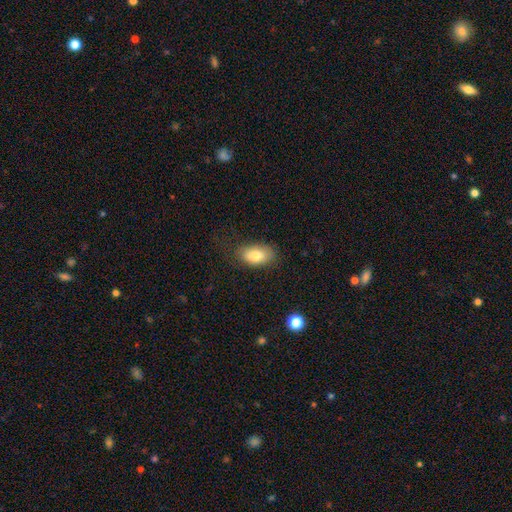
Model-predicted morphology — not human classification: type=smooth (80%); roundness=in between (91%); merging=none (75%).